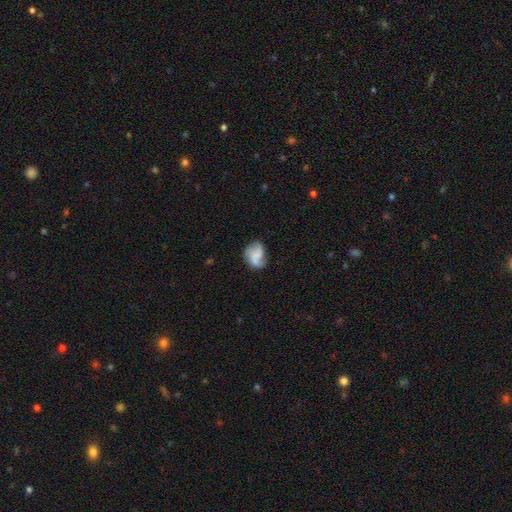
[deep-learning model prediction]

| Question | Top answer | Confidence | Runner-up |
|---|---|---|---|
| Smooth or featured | featured or disk | 51% | smooth (40%) |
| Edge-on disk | no | 98% | yes (2%) |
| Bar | no | 61% | weak (30%) |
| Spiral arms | yes | 84% | no (16%) |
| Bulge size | none | 56% | small (21%) |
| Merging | none | 55% | minor disturbance (25%) |